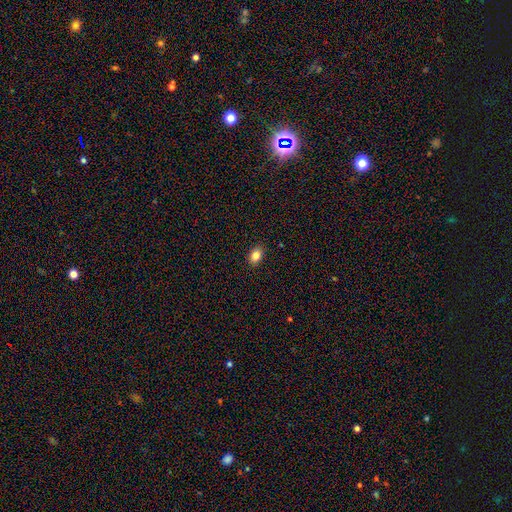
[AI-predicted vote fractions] Smooth or featured: smooth — 84% (star or artifact — 10%)
How rounded: in between — 79% (round — 19%)
Merging: none — 89% (minor disturbance — 8%)